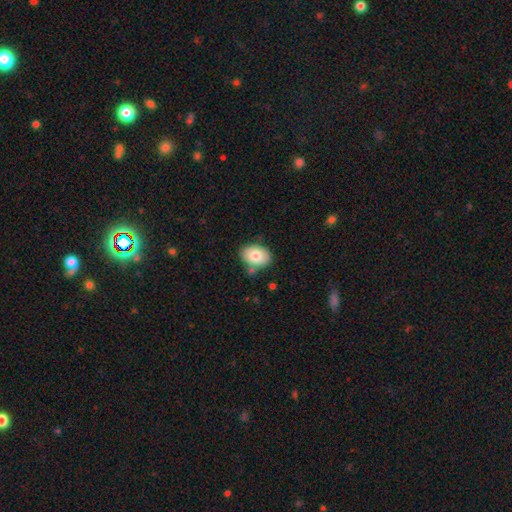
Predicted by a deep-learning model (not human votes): The model was most divided on "how rounded": in between: 79%, round: 20%, cigar-shaped: 1%. More confident: smooth or featured — smooth (80%); merging — none (75%).